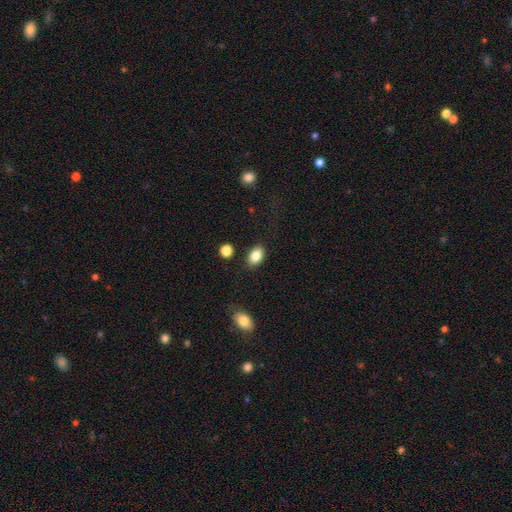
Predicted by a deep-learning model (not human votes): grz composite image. It shows a smooth galaxy with no disk features (84%) that is in between round and cigar-shaped (86%). Merging: none (83%).